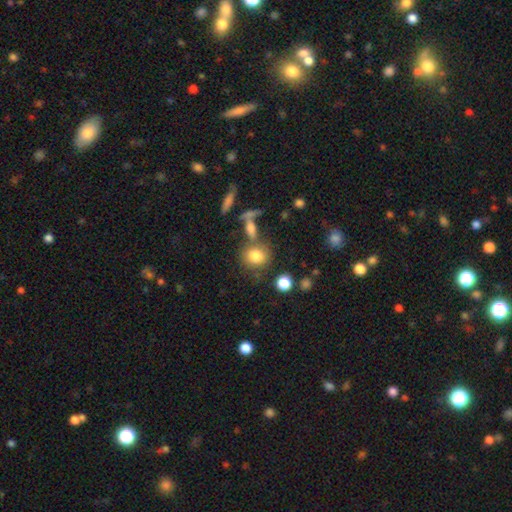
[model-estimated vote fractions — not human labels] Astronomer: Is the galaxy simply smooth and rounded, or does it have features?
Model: smooth — 80%.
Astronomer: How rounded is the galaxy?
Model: round — 71%.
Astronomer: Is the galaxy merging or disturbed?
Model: none — 62%.